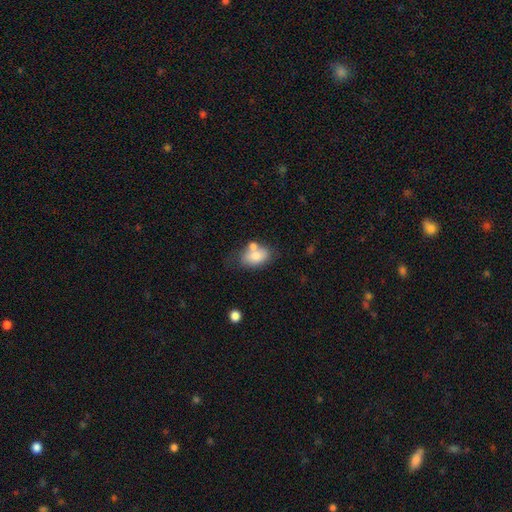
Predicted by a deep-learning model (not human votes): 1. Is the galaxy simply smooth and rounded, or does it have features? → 76% smooth, 16% featured or disk, 8% star or artifact.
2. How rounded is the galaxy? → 85% in between, 14% round, 2% cigar-shaped.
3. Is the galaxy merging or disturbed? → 52% none, 24% merger, 18% minor disturbance, 6% major disturbance.